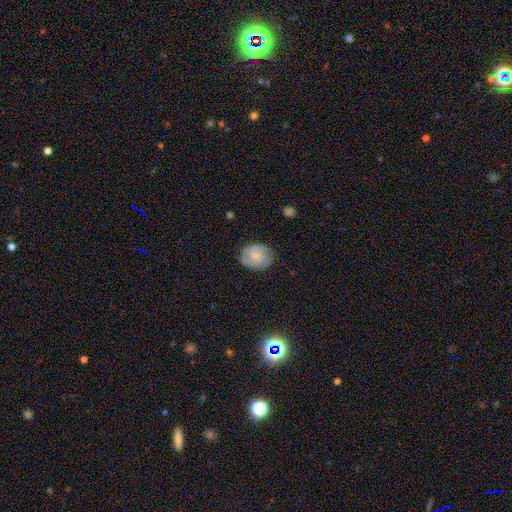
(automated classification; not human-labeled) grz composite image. It shows a smooth galaxy with no disk features (50%). Merging: none (78%).